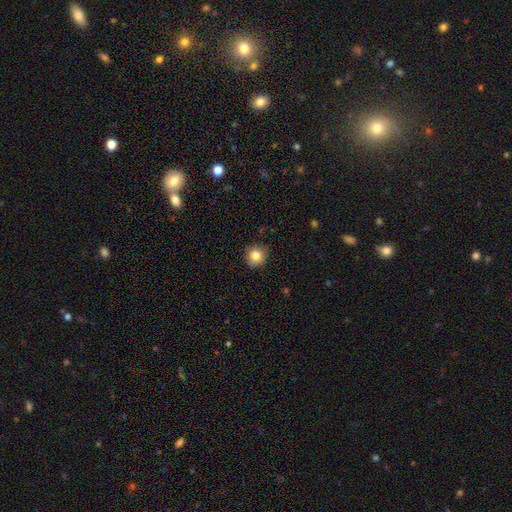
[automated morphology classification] The model was most divided on "smooth or featured": smooth: 82%, star or artifact: 10%, featured or disk: 7%. More confident: how rounded — round (91%); merging — none (87%).